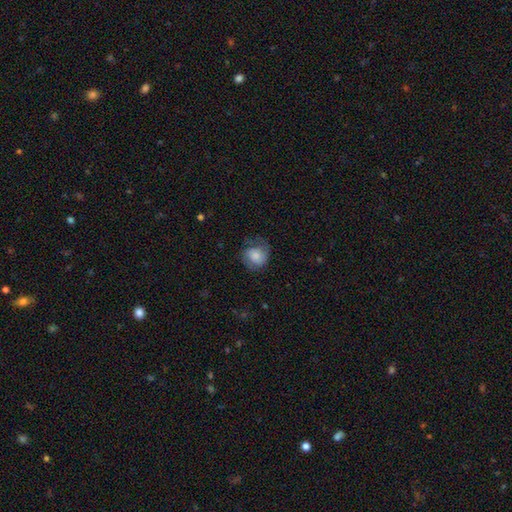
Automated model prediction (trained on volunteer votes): Overall: smooth (63%; featured or disk 30%). How rounded: round (76%). Merging: none (52%; minor disturbance 27%).